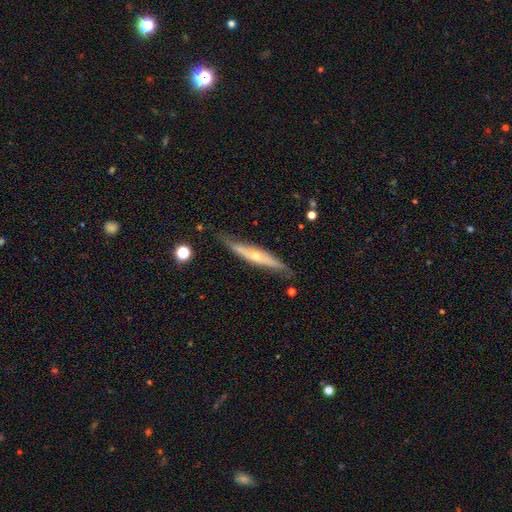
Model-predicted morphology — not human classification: This is likely a featured or disk galaxy (70%). It is clearly viewed edge-on (83%). Edge-on bulge: likely rounded (79%). Merging: likely none (74%).